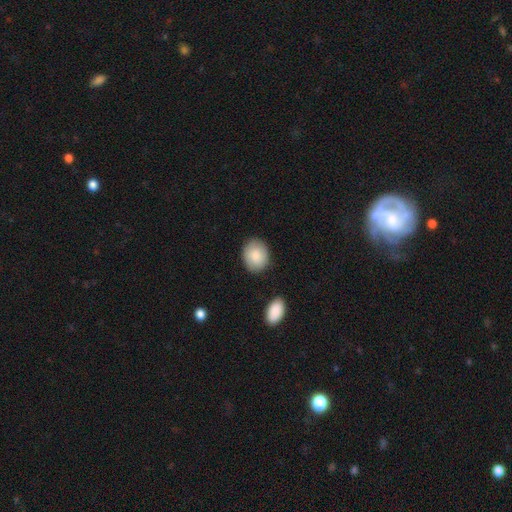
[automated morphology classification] smooth 87%, featured or disk 7%, star or artifact 6%. Down the decision tree: how rounded — in between (51%); merging — none (84%).